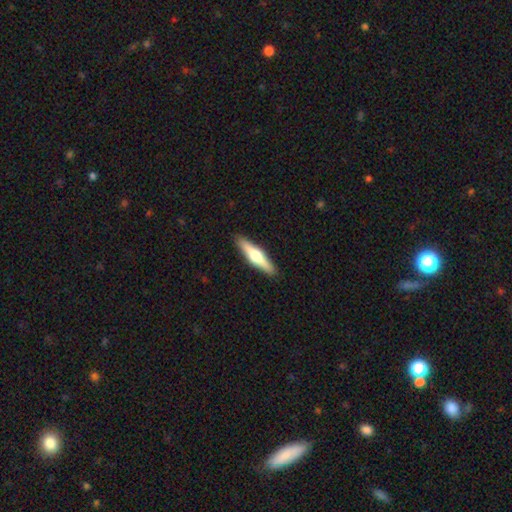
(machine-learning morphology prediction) A featured or disk galaxy (55%) viewed edge-on (96%) with a rounded central bulge (94%).

Vote fractions:
- Smooth or featured? featured or disk: 55% / smooth: 40% / star or artifact: 5%
- Edge-on disk? yes: 96% / no: 4%
- Edge-on bulge? rounded: 94% / boxy: 4% / none: 3%
- Merging? none: 91% / minor disturbance: 6% / major disturbance: 1% / merger: 1%